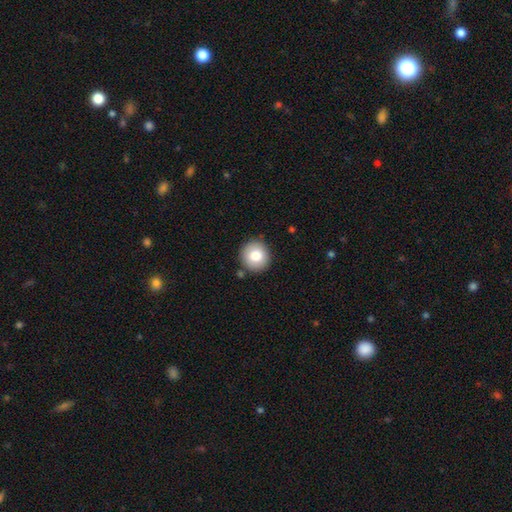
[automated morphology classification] type=smooth (80%); roundness=round (93%); merging=none (88%).